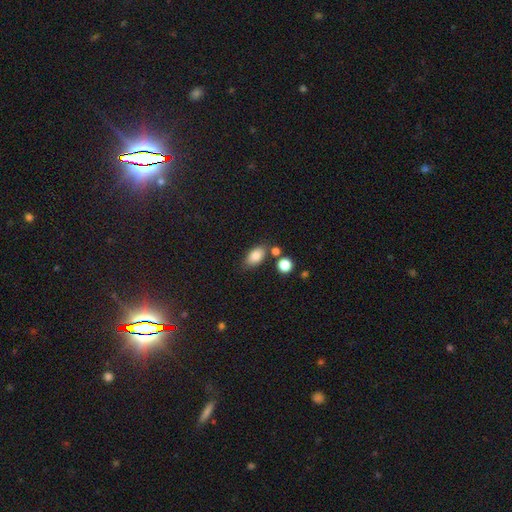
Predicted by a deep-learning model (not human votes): smooth_or_featured: smooth (p=0.83) [alt: star or artifact p=0.09]
how_rounded: in between (p=0.88) [alt: round p=0.09]
merging: none (p=0.72) [alt: minor disturbance p=0.14]